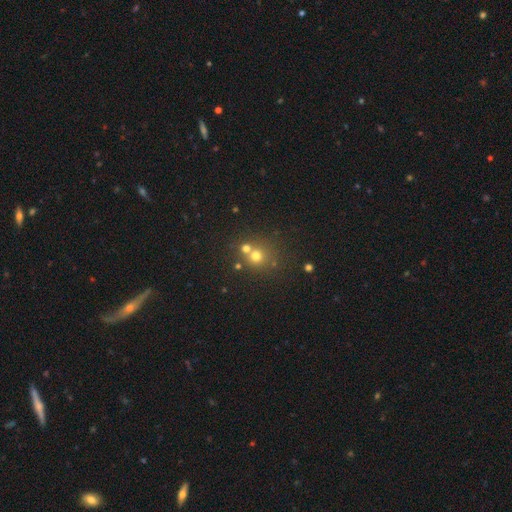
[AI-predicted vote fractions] smooth_or_featured: smooth (p=0.67) [alt: star or artifact p=0.20]
how_rounded: round (p=0.87) [alt: in between p=0.13]
merging: none (p=0.55) [alt: merger p=0.34]